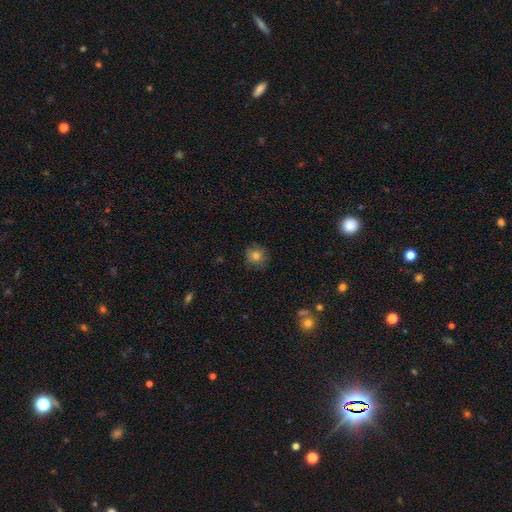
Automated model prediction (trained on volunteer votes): Smooth or featured? Predicted: smooth (p=0.80). How rounded? Predicted: round (p=0.91). Merging? Predicted: none (p=0.85).